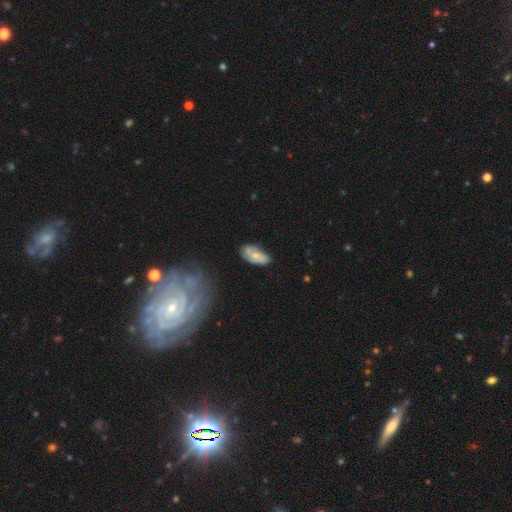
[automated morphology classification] A smooth galaxy with no disk features (47%). Merging: none (68%).